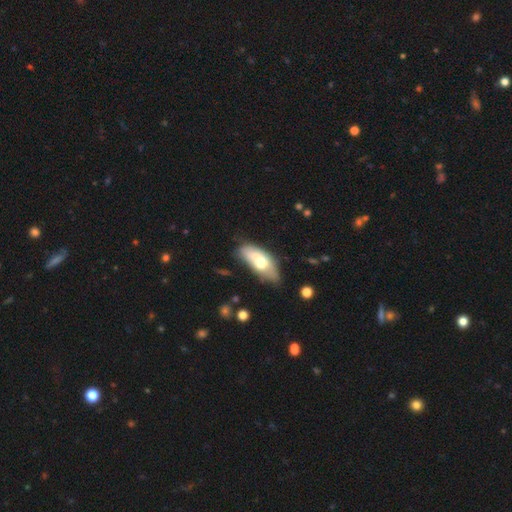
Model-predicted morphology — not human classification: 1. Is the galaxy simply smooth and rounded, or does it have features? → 56% smooth, 37% featured or disk, 7% star or artifact.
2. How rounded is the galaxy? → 83% in between, 13% cigar-shaped, 4% round.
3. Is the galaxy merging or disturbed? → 48% none, 22% minor disturbance, 20% merger, 9% major disturbance.